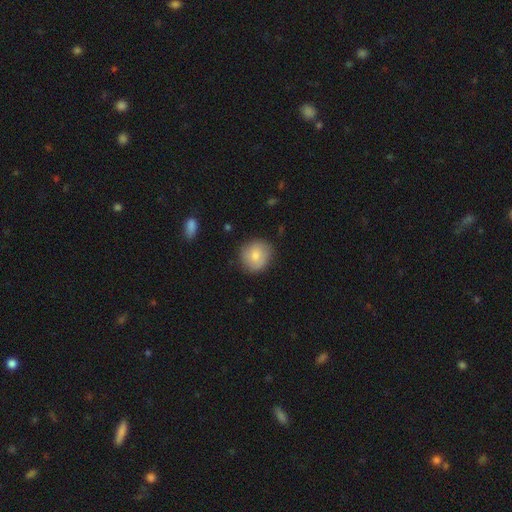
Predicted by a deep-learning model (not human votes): Smooth or featured: smooth — 79% (featured or disk — 14%)
How rounded: round — 89% (in between — 10%)
Merging: none — 84% (minor disturbance — 12%)